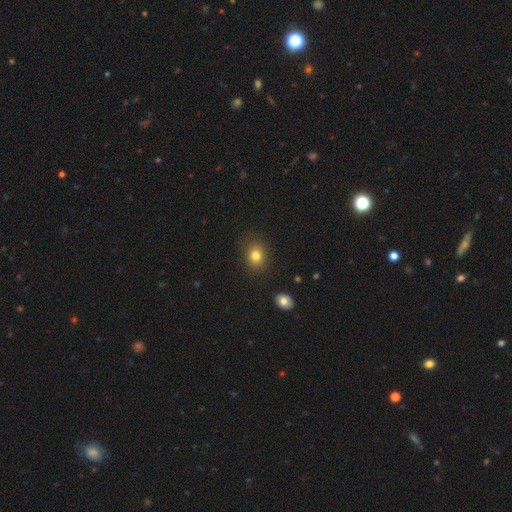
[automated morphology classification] Smooth or featured?
  - smooth: 81% *
  - star or artifact: 11%
  - featured or disk: 8%
How rounded?
  - round: 50% *
  - in between: 49%
  - cigar-shaped: 1%
Merging?
  - none: 84% *
  - minor disturbance: 11%
  - major disturbance: 3%
  - merger: 2%